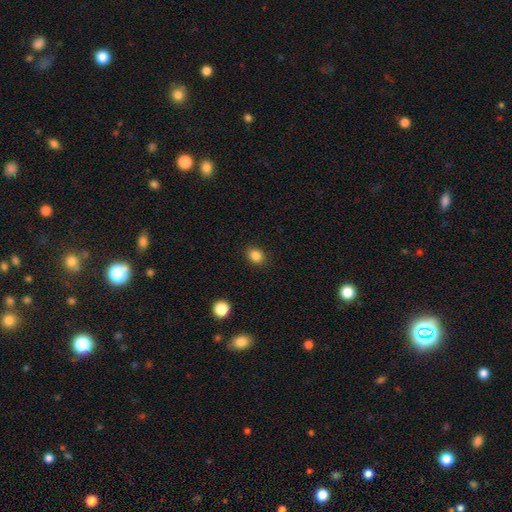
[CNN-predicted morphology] smooth-or-featured: smooth: 85% | star or artifact: 11% | featured or disk: 4%
  how-rounded: in between: 51% | round: 48% | cigar-shaped: 1%
  merging: none: 88% | minor disturbance: 9% | major disturbance: 3% | merger: 1%